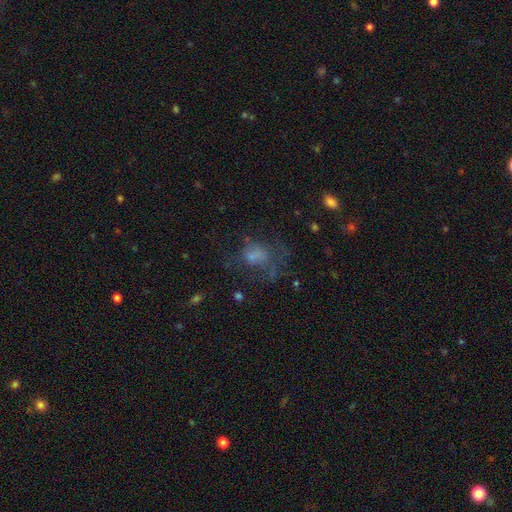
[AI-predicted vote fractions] Morphology: type=smooth (50%); roundness=in between (58%); merging=major disturbance (42%).